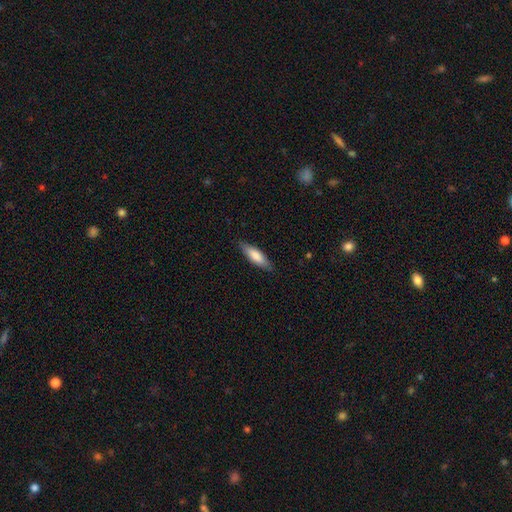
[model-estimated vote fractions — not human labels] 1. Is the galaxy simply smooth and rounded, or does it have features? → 79% smooth, 15% featured or disk, 5% star or artifact.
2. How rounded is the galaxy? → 51% cigar-shaped, 48% in between, 1% round.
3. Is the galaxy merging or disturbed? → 84% none, 13% minor disturbance, 2% major disturbance, 1% merger.